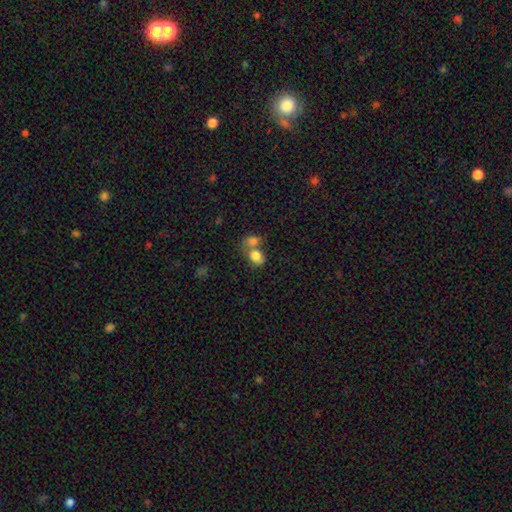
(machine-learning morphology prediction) Overall: smooth (81%). How rounded: in between (62%; round 37%). Merging: merger (61%; none 26%).